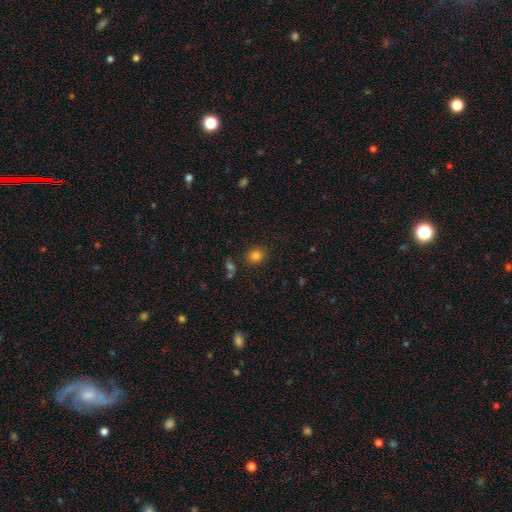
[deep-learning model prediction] smooth 81%, star or artifact 14%, featured or disk 5%. Down the decision tree: how rounded — round (68%); merging — none (83%).